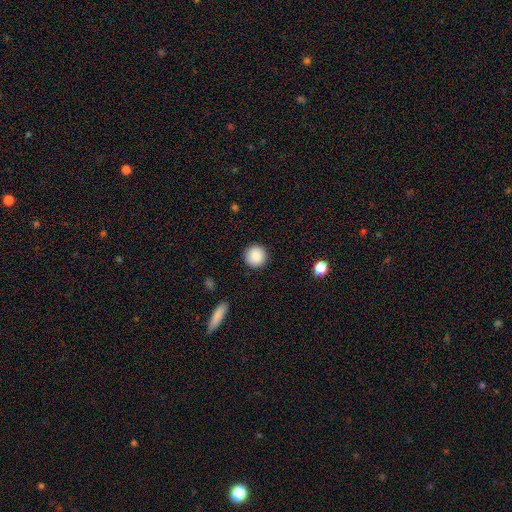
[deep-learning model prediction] Smooth or featured? smooth (88%)
How rounded? round (95%)
Merging? none (92%)